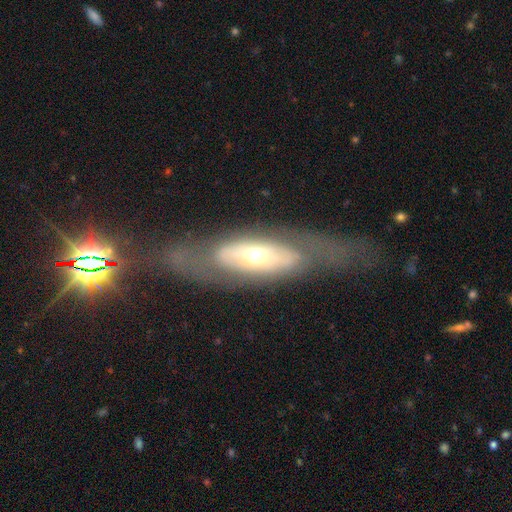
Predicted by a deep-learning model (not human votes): Smooth or featured: featured or disk — 64% (smooth — 28%)
Edge-on disk: no — 73% (yes — 27%)
Merging: none — 67% (minor disturbance — 16%)